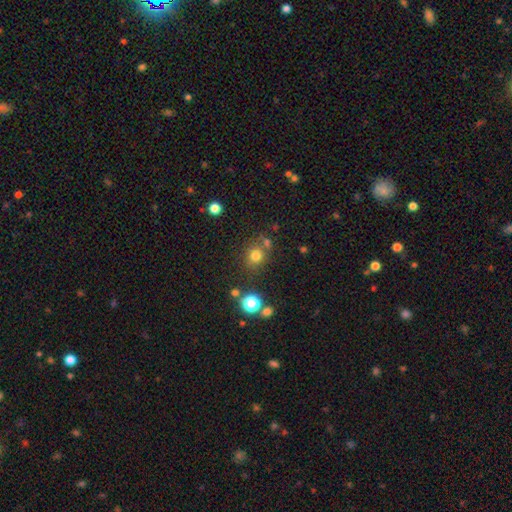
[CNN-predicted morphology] Smooth or featured? smooth (75%)
How rounded? round (85%)
Merging? none (73%)